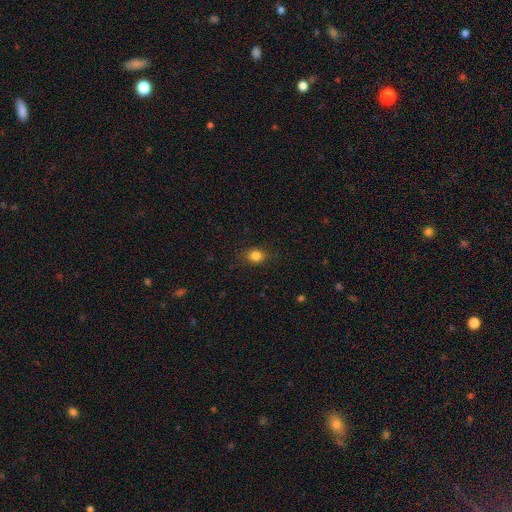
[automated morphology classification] smooth 82%, star or artifact 11%, featured or disk 6%. Down the decision tree: how rounded — round (58%); merging — none (84%).